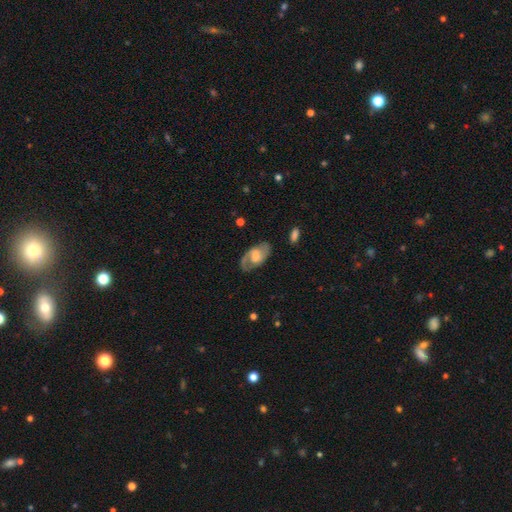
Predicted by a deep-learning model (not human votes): Smooth or featured: featured or disk — 71% (smooth — 23%)
Edge-on disk: no — 94% (yes — 6%)
Bar: weak — 46% (no — 41%)
Spiral arms: yes — 86% (no — 14%)
Spiral winding: medium — 51% (tight — 27%)
Spiral arm count: 2 — 81% (can't tell — 10%)
Bulge size: moderate — 35% (large — 26%)
Merging: none — 75% (minor disturbance — 16%)